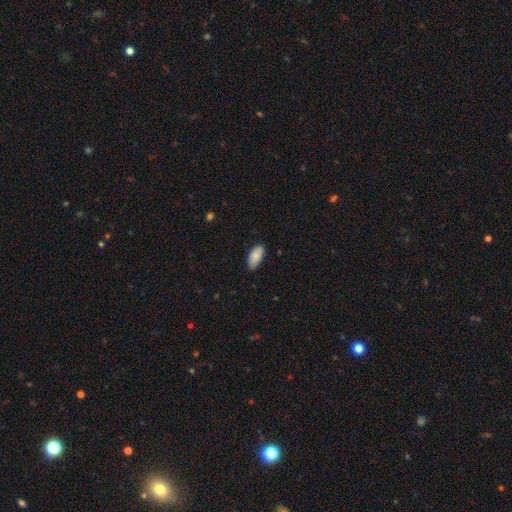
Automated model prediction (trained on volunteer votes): A smooth galaxy with no disk features (88%) that is in between round and cigar-shaped (91%). Merging: none (80%).